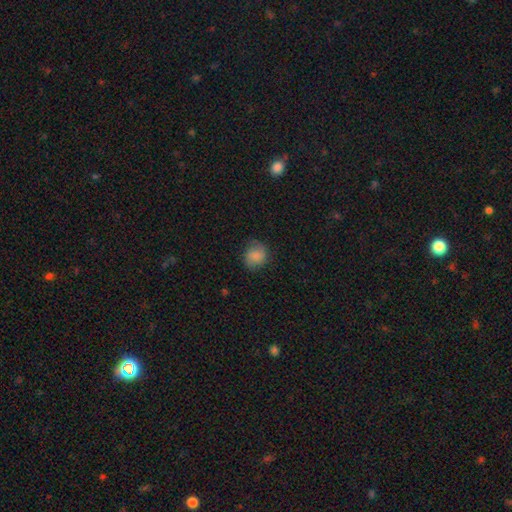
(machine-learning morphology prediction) Smooth or featured?
  - smooth: 77% *
  - featured or disk: 14%
  - star or artifact: 9%
How rounded?
  - round: 72% *
  - in between: 27%
  - cigar-shaped: 1%
Merging?
  - none: 71% *
  - minor disturbance: 21%
  - major disturbance: 7%
  - merger: 1%